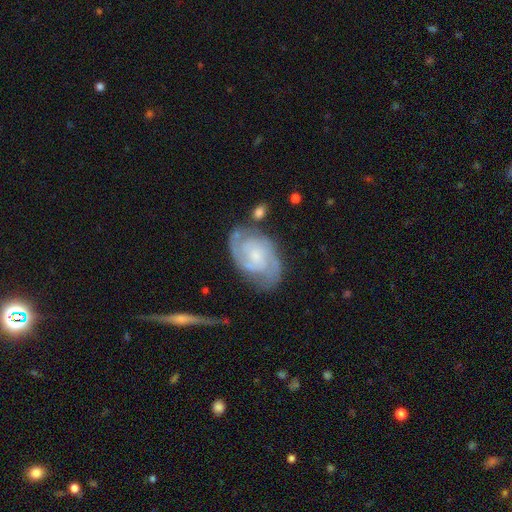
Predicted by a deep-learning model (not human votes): Morphology: type=featured or disk (87%); edge-on=no (97%); bar=no (54%); spiral arms=yes (97%); winding=tight (53%); arm count=2 (78%); bulge=small (58%); merging=none (70%).